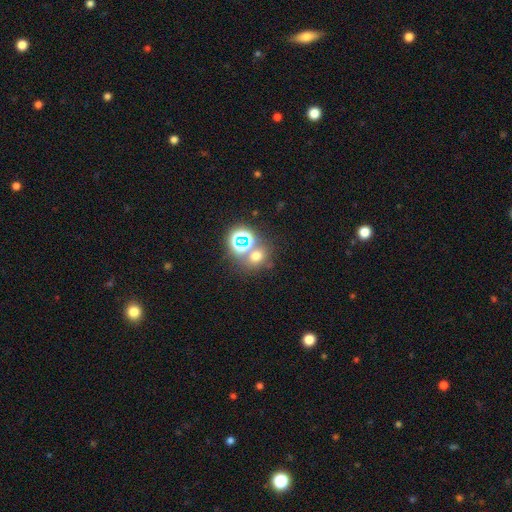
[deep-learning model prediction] smooth 54%, star or artifact 36%, featured or disk 9%. Down the decision tree: how rounded — round (72%); merging — none (61%).